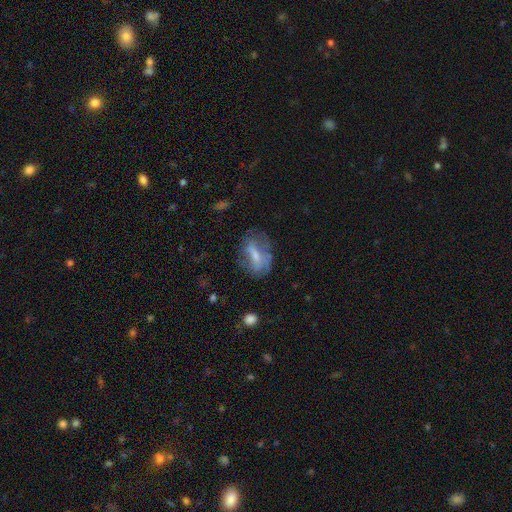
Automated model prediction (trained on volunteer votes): Q: Smooth or featured?
A: featured or disk (45%); tied with: smooth (45%)
Q: Merging?
A: none (53%); runner-up: minor disturbance (25%)